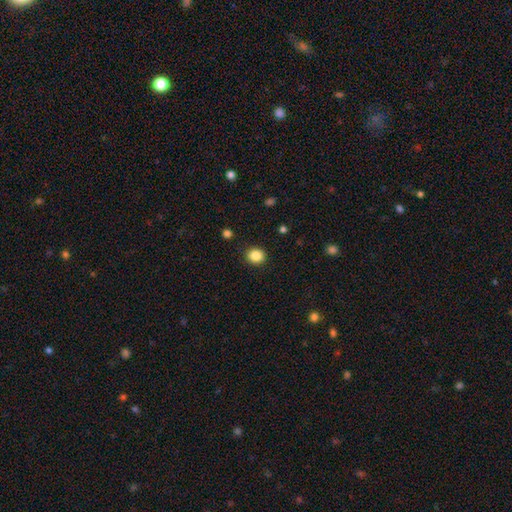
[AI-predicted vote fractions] smooth_or_featured: smooth (p=0.86) [alt: star or artifact p=0.10]
how_rounded: round (p=0.81) [alt: in between p=0.19]
merging: none (p=0.90) [alt: minor disturbance p=0.06]